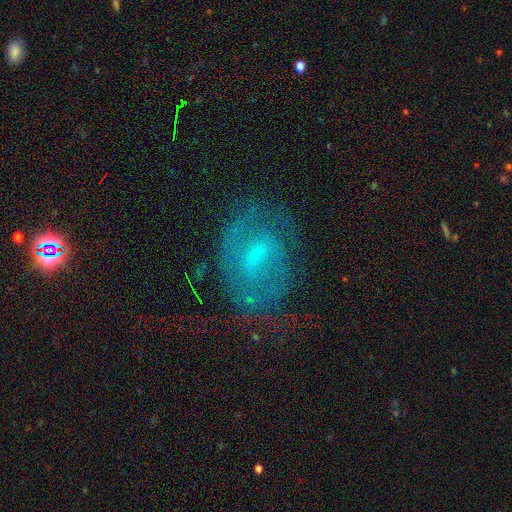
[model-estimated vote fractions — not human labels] A featured or disk galaxy (67%) with a weak bar (53%), spiral arms (74%) and a small central bulge (47%). Merging: none (65%).